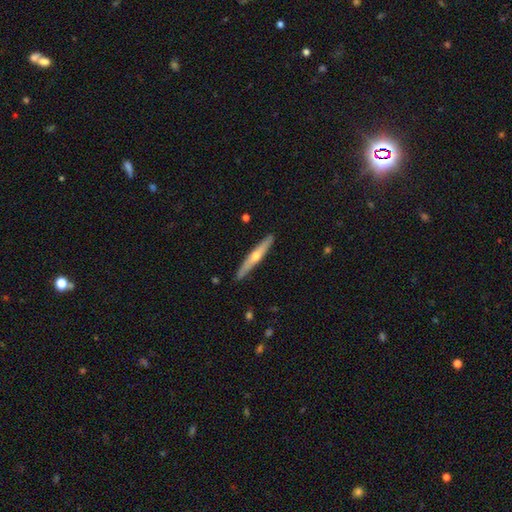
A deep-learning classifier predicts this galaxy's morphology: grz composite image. It shows a featured or disk galaxy (59%) viewed edge-on (95%) with a rounded central bulge (84%). Merging: none (90%).